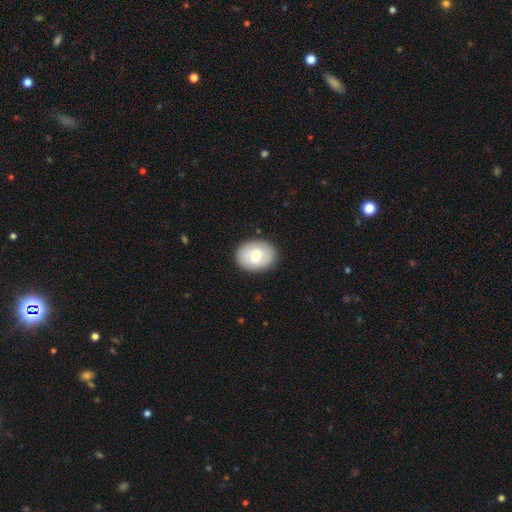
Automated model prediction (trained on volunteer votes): The model was most divided on "how rounded": in between: 60%, round: 39%, cigar-shaped: 1%. More confident: merging — none (88%); smooth or featured — smooth (70%).